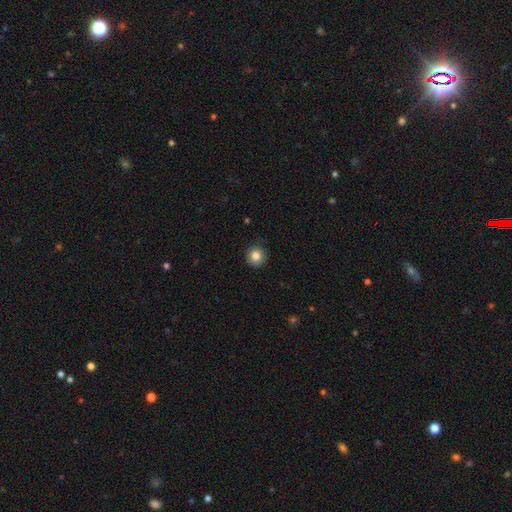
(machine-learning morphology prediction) smooth_or_featured: smooth (p=0.84) [alt: star or artifact p=0.10]
how_rounded: round (p=0.93) [alt: in between p=0.06]
merging: none (p=0.90) [alt: minor disturbance p=0.08]